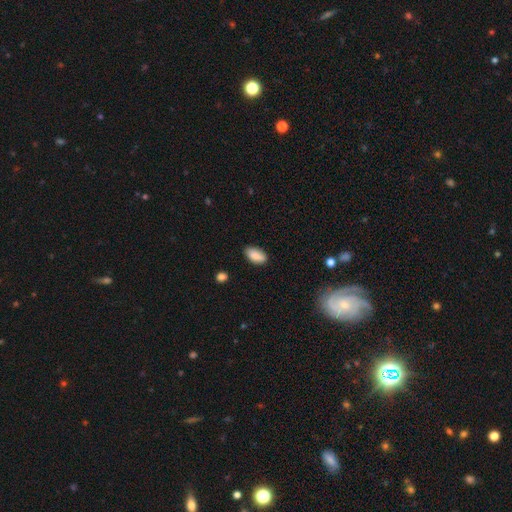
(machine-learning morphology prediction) A smooth galaxy with no disk features (88%) that is in between round and cigar-shaped (92%).

Vote fractions:
- Smooth or featured? smooth: 88% / star or artifact: 7% / featured or disk: 5%
- How rounded? in between: 92% / cigar-shaped: 5% / round: 3%
- Merging? none: 84% / minor disturbance: 12% / major disturbance: 2% / merger: 1%